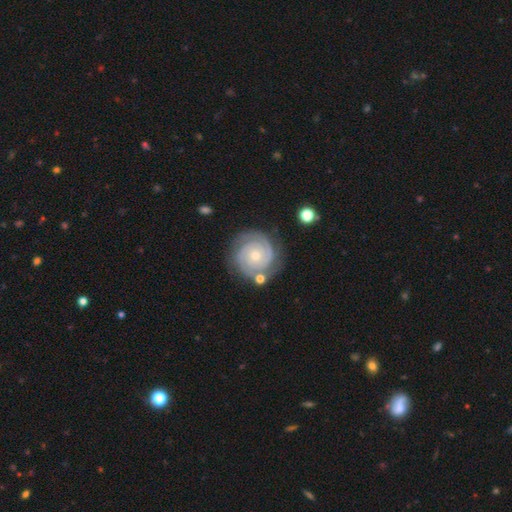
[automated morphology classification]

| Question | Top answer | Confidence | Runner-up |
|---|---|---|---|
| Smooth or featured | featured or disk | 90% | smooth (6%) |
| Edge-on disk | no | 98% | yes (2%) |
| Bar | no | 77% | weak (17%) |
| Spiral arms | yes | 98% | no (2%) |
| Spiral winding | tight | 84% | medium (14%) |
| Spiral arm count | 2 | 63% | 3 (20%) |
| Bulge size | small | 68% | moderate (29%) |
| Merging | none | 80% | minor disturbance (13%) |